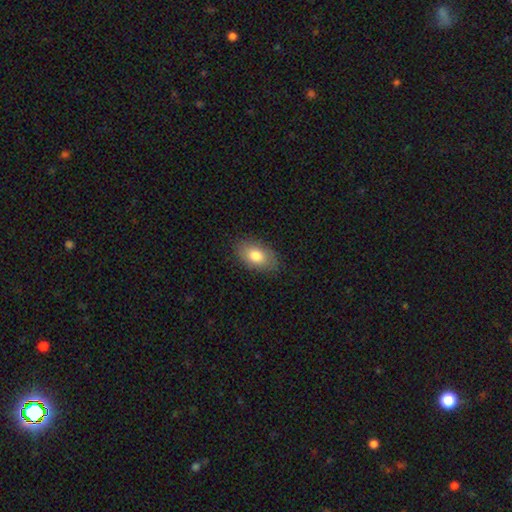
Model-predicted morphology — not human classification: A smooth galaxy with no disk features (80%) that is in between round and cigar-shaped (90%).

Vote fractions:
- Smooth or featured? smooth: 80% / featured or disk: 13% / star or artifact: 7%
- How rounded? in between: 90% / round: 8% / cigar-shaped: 2%
- Merging? none: 84% / minor disturbance: 12% / major disturbance: 3% / merger: 1%